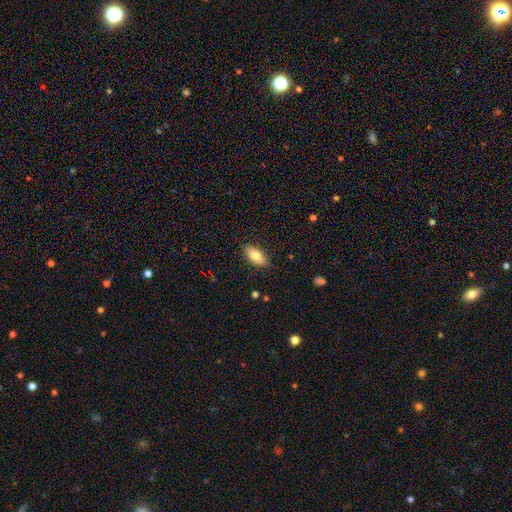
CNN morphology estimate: smooth 79%, featured or disk 13%, star or artifact 7%. Down the decision tree: how rounded — in between (86%); merging — none (86%).